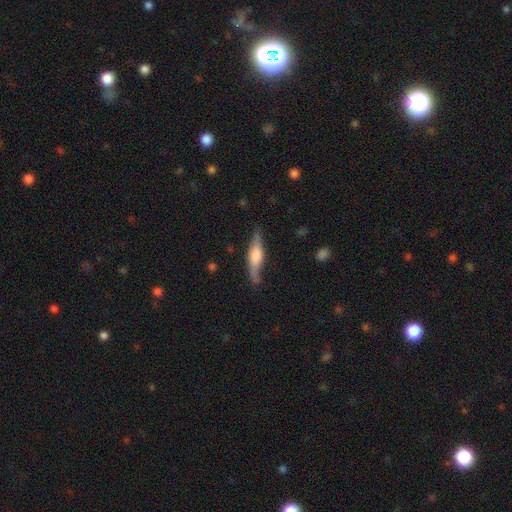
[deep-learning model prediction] Smooth or featured?
  - featured or disk: 58% *
  - smooth: 36%
  - star or artifact: 6%
Edge-on disk?
  - yes: 88% *
  - no: 12%
Edge-on bulge?
  - rounded: 74% *
  - boxy: 20%
  - none: 6%
Merging?
  - none: 75% *
  - minor disturbance: 18%
  - major disturbance: 5%
  - merger: 2%